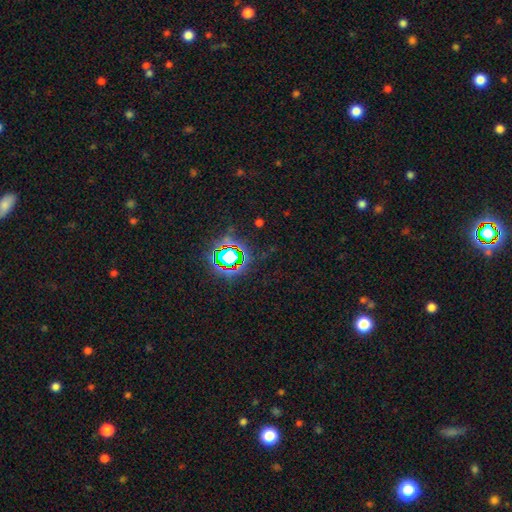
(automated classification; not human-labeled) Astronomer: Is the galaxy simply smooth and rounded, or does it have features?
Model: star or artifact — 81%.